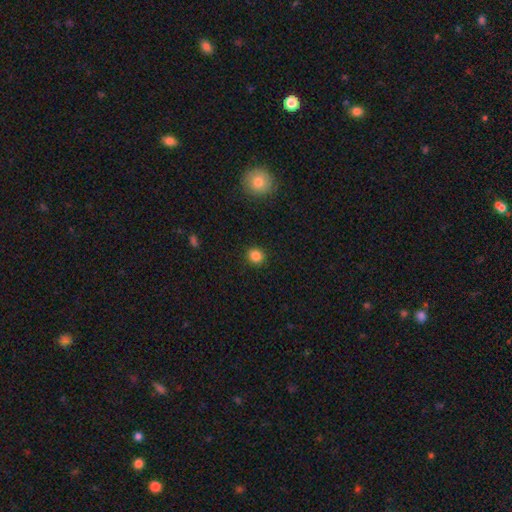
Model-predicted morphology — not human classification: A smooth galaxy with no disk features (85%) that is round (86%).

Vote fractions:
- Smooth or featured? smooth: 85% / star or artifact: 11% / featured or disk: 4%
- How rounded? round: 86% / in between: 13% / cigar-shaped: 1%
- Merging? none: 91% / minor disturbance: 6% / major disturbance: 2% / merger: 1%